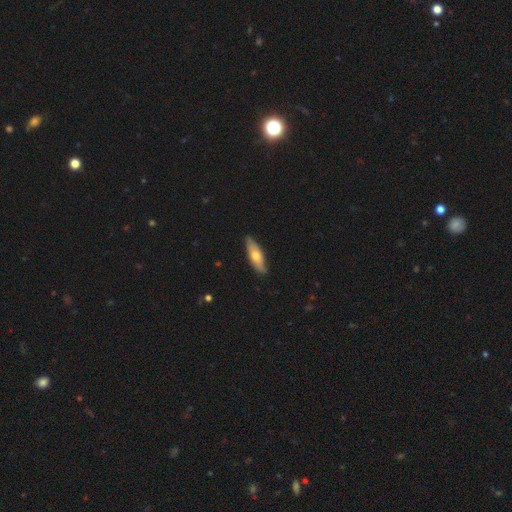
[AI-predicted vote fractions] smooth_or_featured: smooth (p=0.59) [alt: featured or disk p=0.35]
how_rounded: in between (p=0.50) [alt: cigar-shaped p=0.48]
merging: none (p=0.86) [alt: minor disturbance p=0.11]